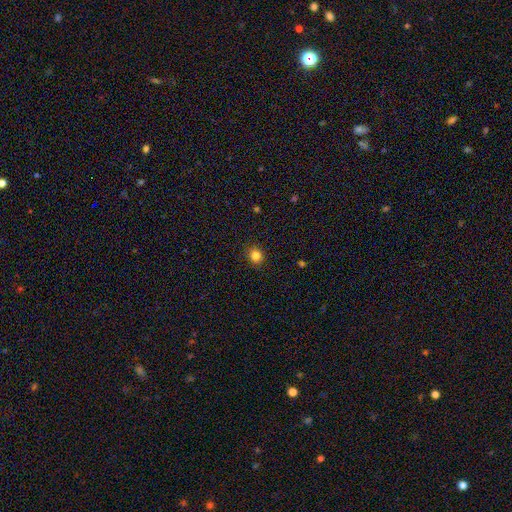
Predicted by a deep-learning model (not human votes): A smooth galaxy with no disk features (82%) that is round (82%).

Vote fractions:
- Smooth or featured? smooth: 82% / star or artifact: 13% / featured or disk: 5%
- How rounded? round: 82% / in between: 17% / cigar-shaped: 1%
- Merging? none: 89% / minor disturbance: 8% / major disturbance: 2% / merger: 1%